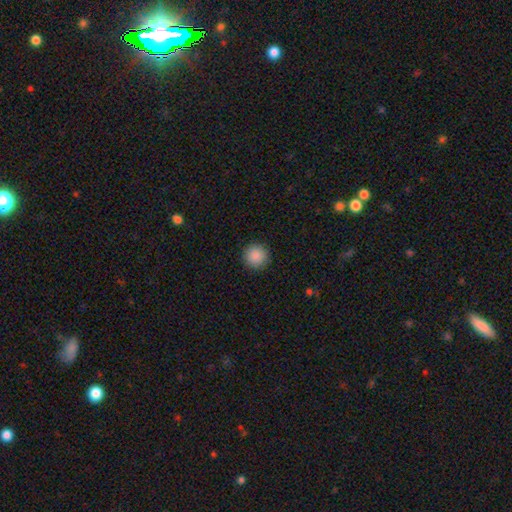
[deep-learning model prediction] Smooth or featured: smooth — 89% (star or artifact — 8%)
How rounded: round — 96% (in between — 3%)
Merging: none — 93% (minor disturbance — 5%)